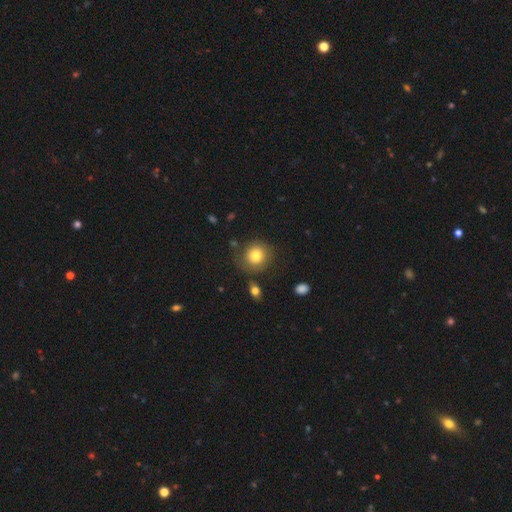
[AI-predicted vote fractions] Q: Smooth or featured?
A: smooth (80%); runner-up: featured or disk (10%)
Q: How rounded?
A: round (86%); runner-up: in between (13%)
Q: Merging?
A: none (77%); runner-up: minor disturbance (13%)